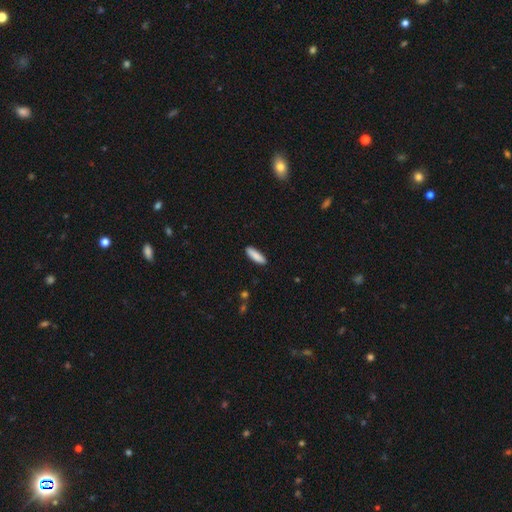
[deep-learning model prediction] This appears to be a smooth galaxy with no disk features (88%) that is cigar-shaped (62%). Merging: none (89%).